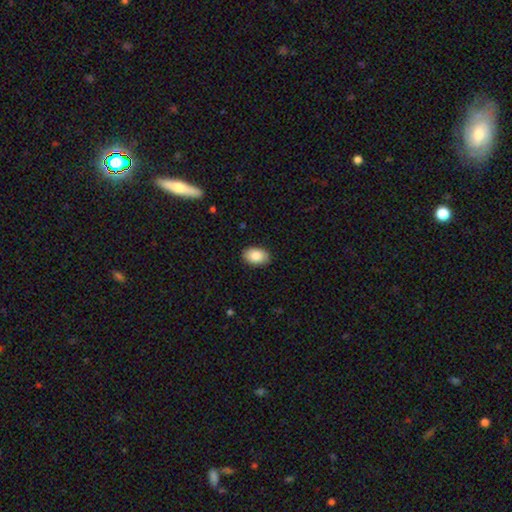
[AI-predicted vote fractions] A smooth galaxy with no disk features (86%) that is in between round and cigar-shaped (90%).

Vote fractions:
- Smooth or featured? smooth: 86% / featured or disk: 7% / star or artifact: 7%
- How rounded? in between: 90% / round: 9% / cigar-shaped: 1%
- Merging? none: 89% / minor disturbance: 8% / major disturbance: 2% / merger: 1%